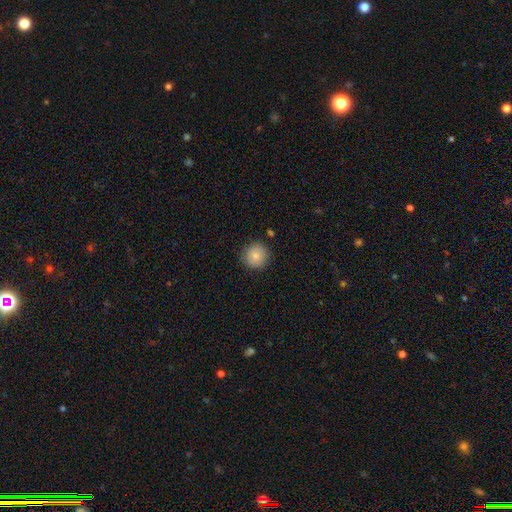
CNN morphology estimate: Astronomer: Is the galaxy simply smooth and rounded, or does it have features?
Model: smooth — 82%.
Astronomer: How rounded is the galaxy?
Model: round — 94%.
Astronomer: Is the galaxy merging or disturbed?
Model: none — 87%.